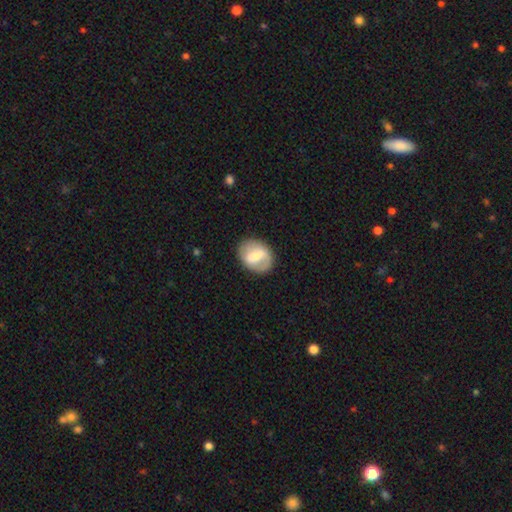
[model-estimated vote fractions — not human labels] This appears to be a featured or disk galaxy (54%) with a strong bar (43%), no spiral arms (52%) and a moderate central bulge (51%). Merging: none (82%).